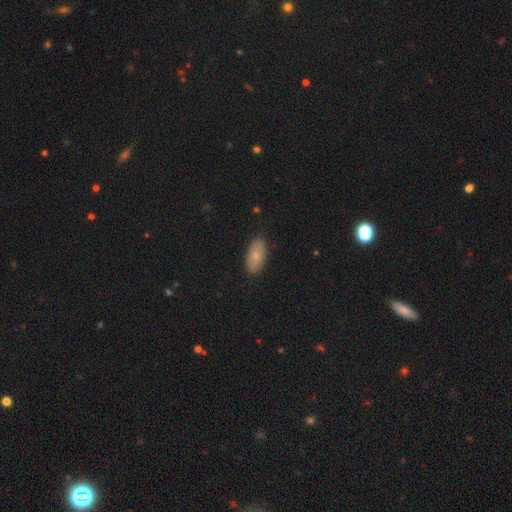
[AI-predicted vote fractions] smooth-or-featured: smooth: 79% | featured or disk: 14% | star or artifact: 7%
  how-rounded: in between: 92% | cigar-shaped: 6% | round: 3%
  merging: none: 87% | minor disturbance: 10% | major disturbance: 2% | merger: 1%